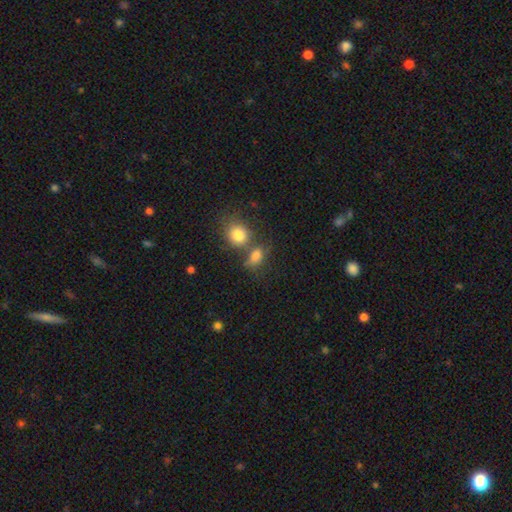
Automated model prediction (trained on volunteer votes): Smooth or featured: smooth — 77% (star or artifact — 13%)
How rounded: in between — 64% (round — 32%)
Merging: none — 40% (merger — 38%)